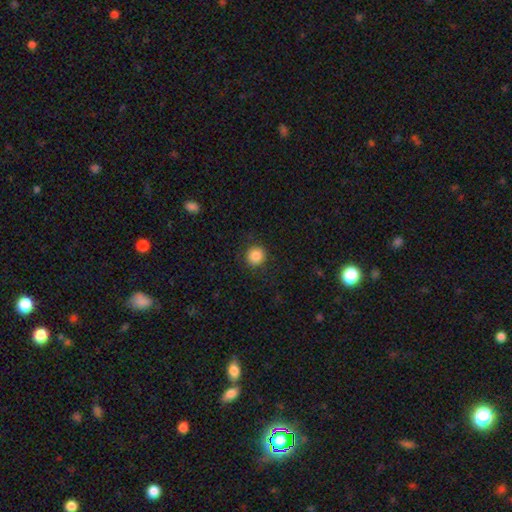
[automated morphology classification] This is clearly a smooth galaxy (86%). How rounded: clearly round (93%). Merging: clearly none (90%).